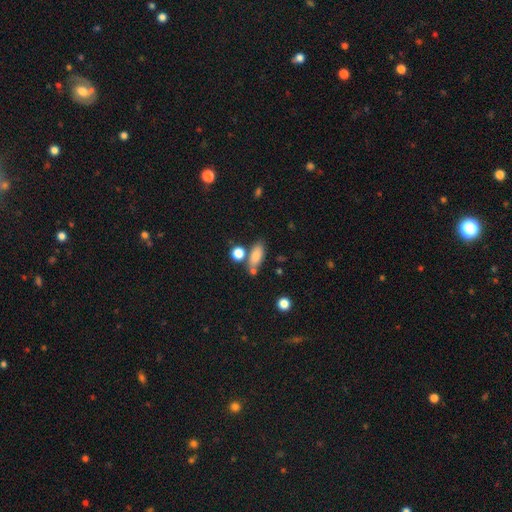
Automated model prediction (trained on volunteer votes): Smooth or featured? Predicted: smooth (p=0.83). How rounded? Predicted: in between (p=0.79). Merging? Predicted: none (p=0.64).